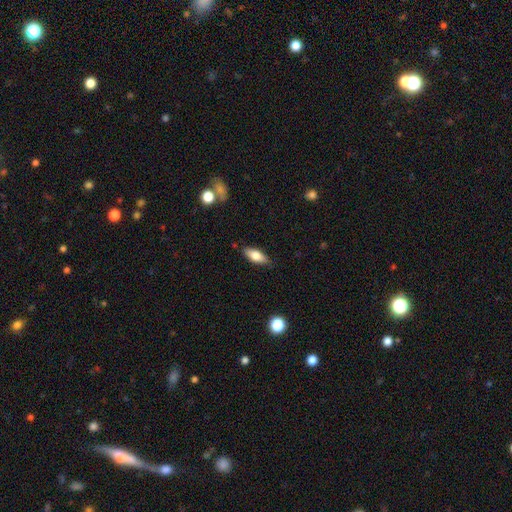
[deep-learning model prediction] smooth-or-featured: smooth: 73% | featured or disk: 20% | star or artifact: 7%
  how-rounded: in between: 75% | cigar-shaped: 23% | round: 3%
  merging: none: 83% | minor disturbance: 13% | major disturbance: 2% | merger: 2%